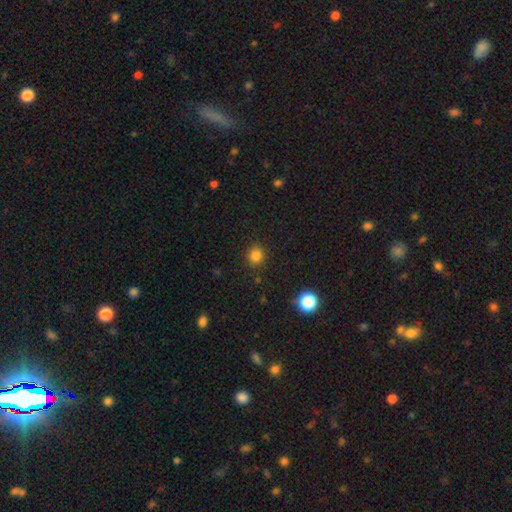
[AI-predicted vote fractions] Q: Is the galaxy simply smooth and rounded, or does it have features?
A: smooth — 82%.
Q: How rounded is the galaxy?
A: round — 86%.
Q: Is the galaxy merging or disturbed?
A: none — 89%.